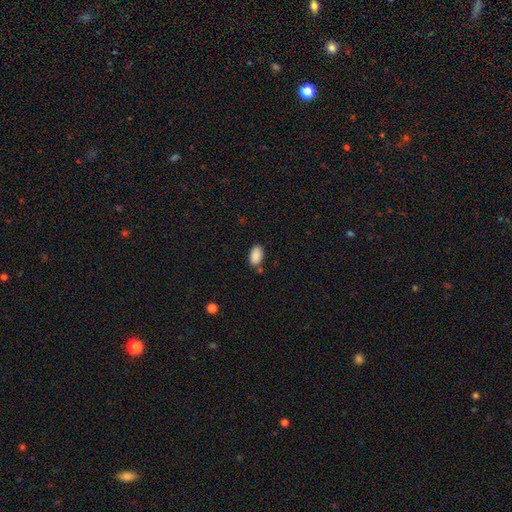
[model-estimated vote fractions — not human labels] The model was most divided on "merging": none: 77%, minor disturbance: 14%, merger: 6%, major disturbance: 3%. More confident: how rounded — in between (94%); smooth or featured — smooth (89%).